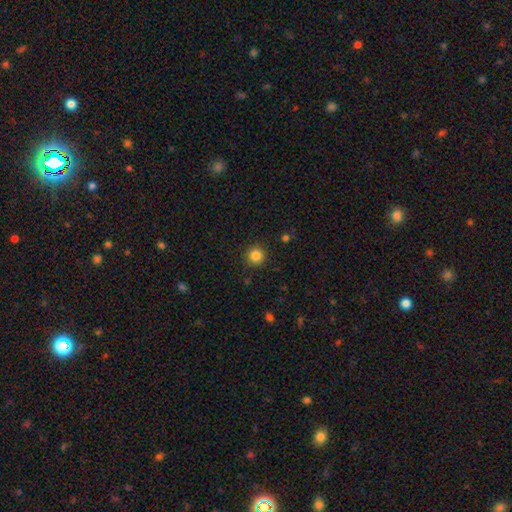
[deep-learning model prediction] Morphology: type=smooth (85%); roundness=round (95%); merging=none (91%).